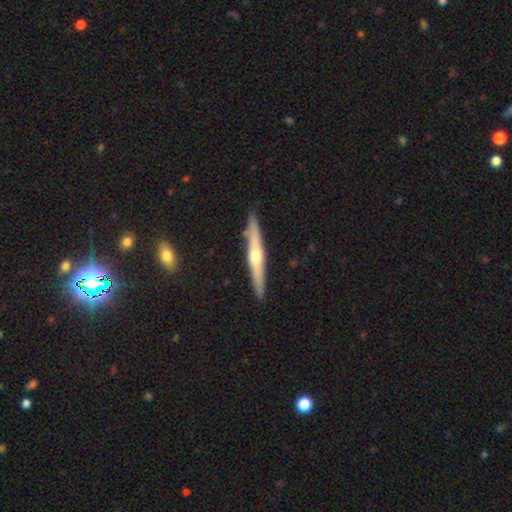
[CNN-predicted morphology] A featured or disk galaxy (65%) viewed edge-on (96%) with a rounded central bulge (88%). Merging: none (89%).